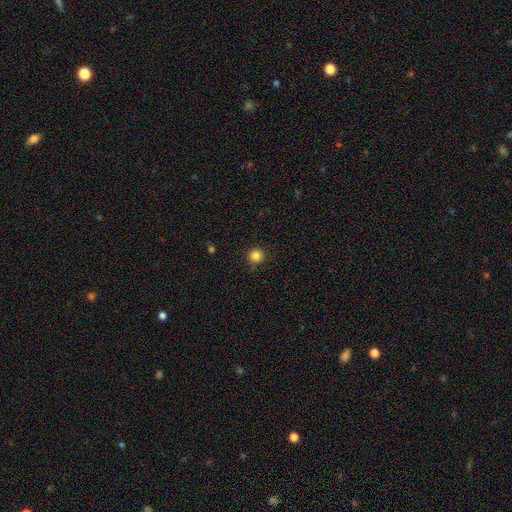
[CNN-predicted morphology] smooth-or-featured: smooth: 84% | star or artifact: 12% | featured or disk: 4%
  how-rounded: round: 96% | in between: 3% | cigar-shaped: 1%
  merging: none: 88% | minor disturbance: 8% | major disturbance: 2% | merger: 2%